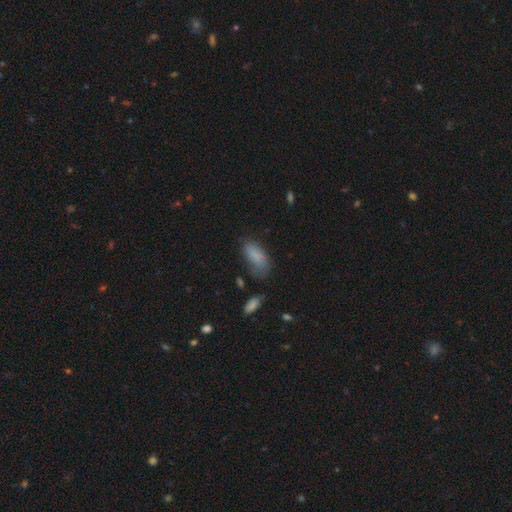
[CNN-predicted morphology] Smooth or featured? smooth (81%)
How rounded? in between (87%)
Merging? none (51%)